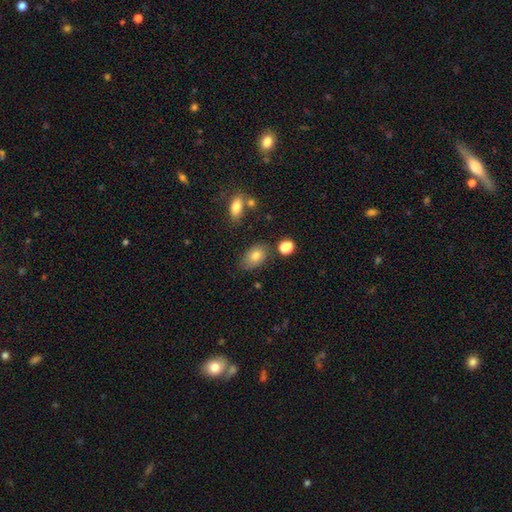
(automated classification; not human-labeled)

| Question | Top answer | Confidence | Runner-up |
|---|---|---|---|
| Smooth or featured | smooth | 78% | featured or disk (13%) |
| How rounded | in between | 85% | round (13%) |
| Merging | none | 73% | minor disturbance (17%) |